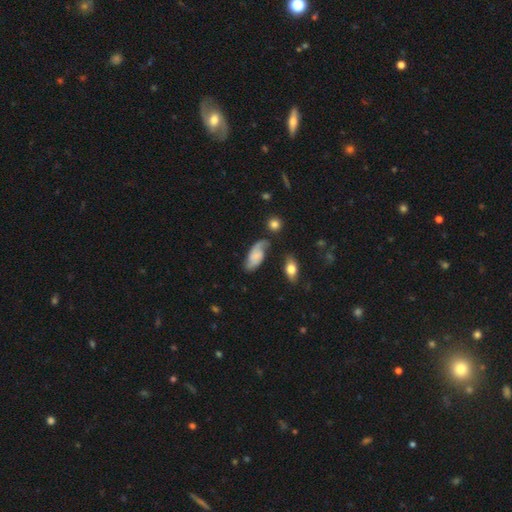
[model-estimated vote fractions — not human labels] Overall: featured or disk (49%; smooth 43%). Merging: none (58%; minor disturbance 26%).